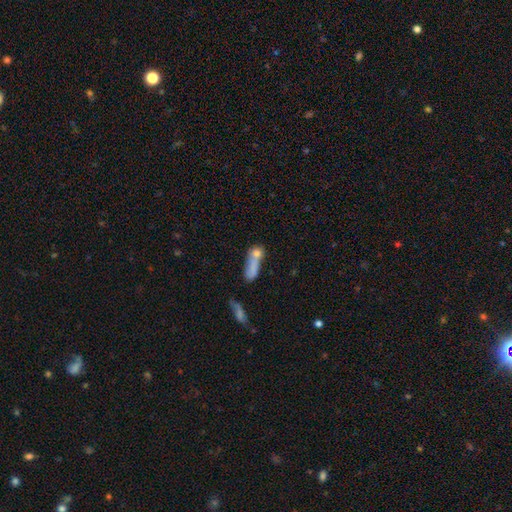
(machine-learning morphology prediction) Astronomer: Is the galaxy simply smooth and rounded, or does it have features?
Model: smooth — 70%.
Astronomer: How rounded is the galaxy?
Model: in between — 48% (runner-up: cigar-shaped, 34%).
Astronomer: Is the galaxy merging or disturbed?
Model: merger — 52%.